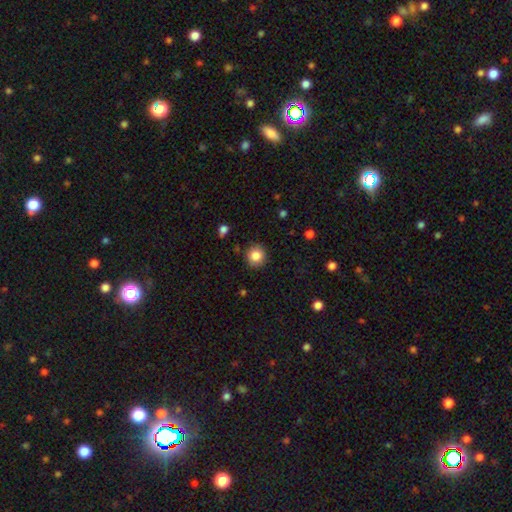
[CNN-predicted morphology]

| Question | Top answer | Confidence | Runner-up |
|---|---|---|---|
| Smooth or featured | smooth | 84% | star or artifact (10%) |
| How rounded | round | 91% | in between (9%) |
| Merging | none | 89% | minor disturbance (8%) |